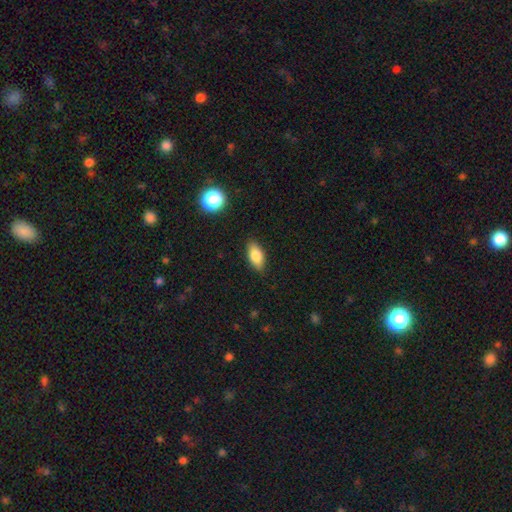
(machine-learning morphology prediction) Smooth or featured? smooth (82%)
How rounded? in between (87%)
Merging? none (86%)